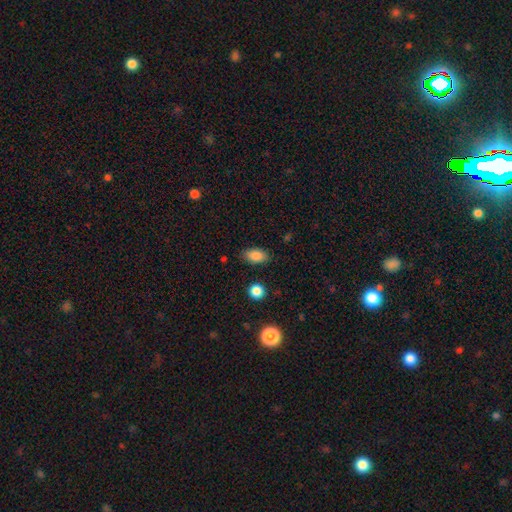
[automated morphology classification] A smooth galaxy with no disk features (86%) that is in between round and cigar-shaped (89%). Merging: none (84%).